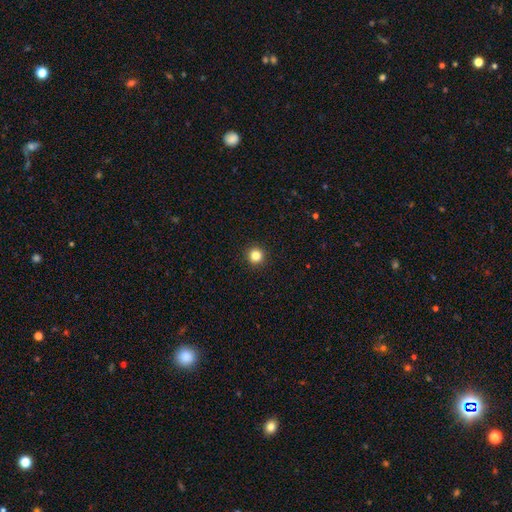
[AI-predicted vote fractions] This is clearly a smooth galaxy (84%). How rounded: clearly round (96%). Merging: clearly none (94%).